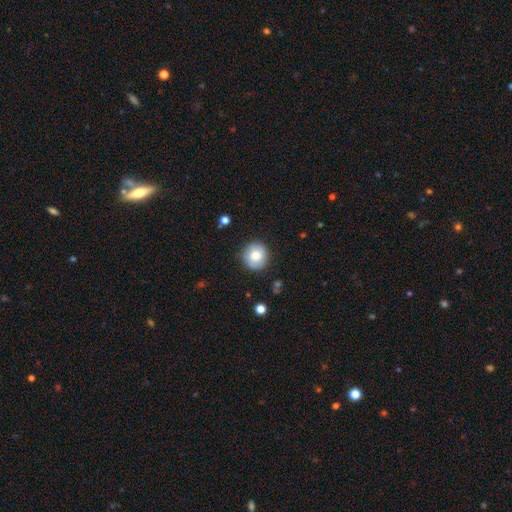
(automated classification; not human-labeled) A smooth galaxy with no disk features (79%) that is round (91%).

Vote fractions:
- Smooth or featured? smooth: 79% / featured or disk: 13% / star or artifact: 8%
- How rounded? round: 91% / in between: 8% / cigar-shaped: 1%
- Merging? none: 85% / minor disturbance: 11% / major disturbance: 3% / merger: 1%